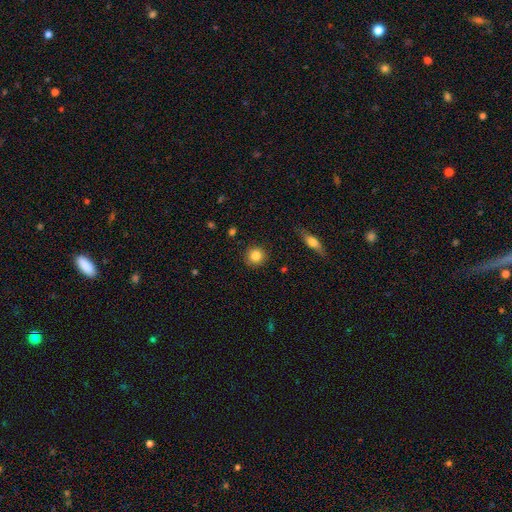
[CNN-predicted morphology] Smooth or featured? Predicted: smooth (p=0.85). How rounded? Predicted: round (p=0.93). Merging? Predicted: none (p=0.90).